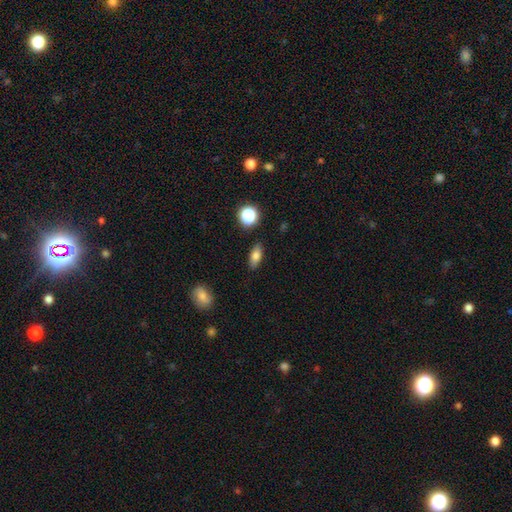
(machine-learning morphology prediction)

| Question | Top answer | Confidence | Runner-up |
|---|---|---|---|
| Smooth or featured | smooth | 77% | featured or disk (14%) |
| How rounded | in between | 77% | cigar-shaped (15%) |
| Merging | none | 87% | minor disturbance (9%) |